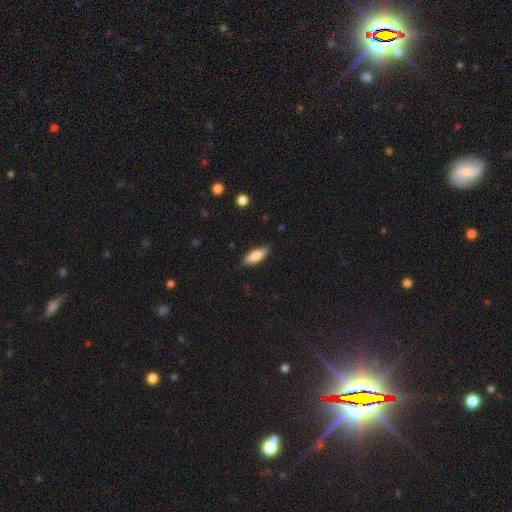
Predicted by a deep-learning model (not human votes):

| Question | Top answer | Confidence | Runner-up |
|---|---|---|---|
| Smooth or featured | smooth | 72% | featured or disk (21%) |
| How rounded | in between | 63% | cigar-shaped (35%) |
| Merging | none | 79% | minor disturbance (17%) |